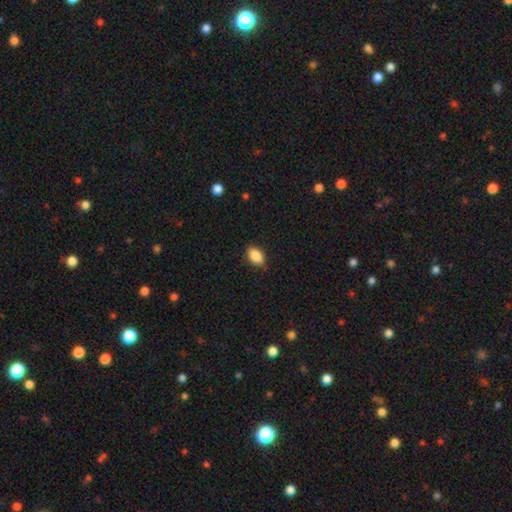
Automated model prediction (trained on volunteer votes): Smooth or featured?
  - smooth: 88% *
  - star or artifact: 8%
  - featured or disk: 4%
How rounded?
  - in between: 87% *
  - round: 12%
  - cigar-shaped: 1%
Merging?
  - none: 85% *
  - minor disturbance: 12%
  - major disturbance: 2%
  - merger: 1%